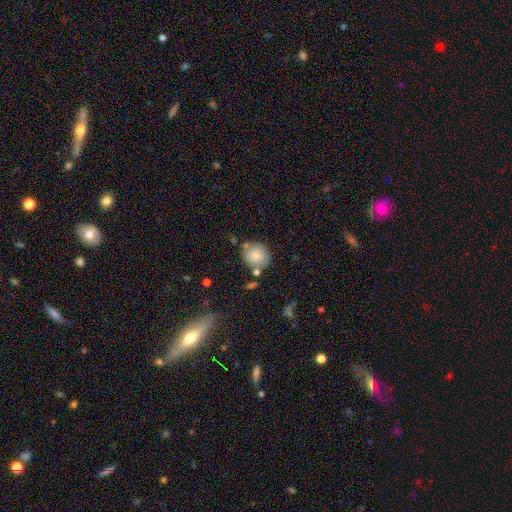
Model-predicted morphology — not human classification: type=smooth (82%); roundness=round (82%); merging=none (69%).